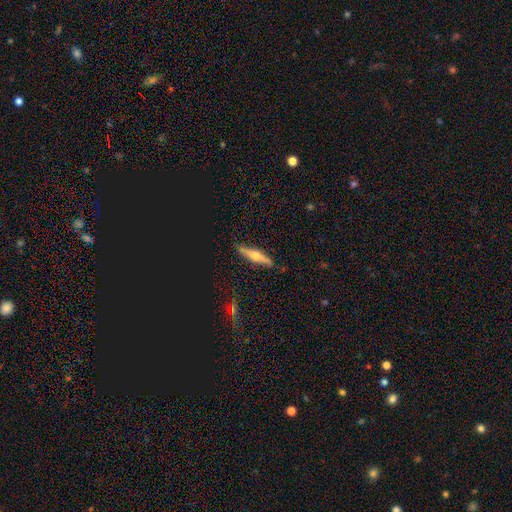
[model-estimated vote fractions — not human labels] A featured or disk galaxy (61%) viewed edge-on (92%) with a rounded central bulge (89%). Merging: none (83%).